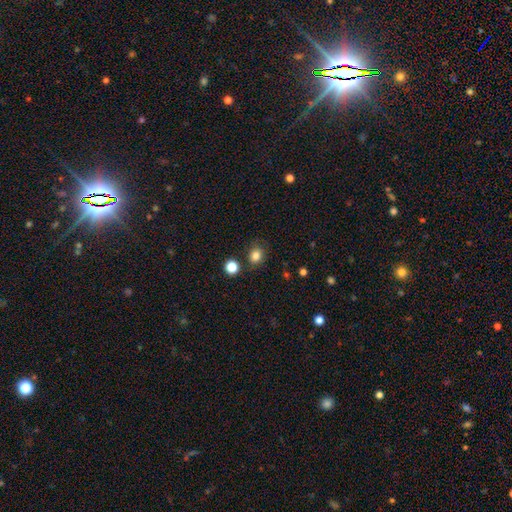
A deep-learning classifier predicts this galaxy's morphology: A smooth galaxy with no disk features (83%) that is round (69%).

Vote fractions:
- Smooth or featured? smooth: 83% / star or artifact: 12% / featured or disk: 5%
- How rounded? round: 69% / in between: 30% / cigar-shaped: 1%
- Merging? none: 78% / minor disturbance: 13% / merger: 6% / major disturbance: 4%